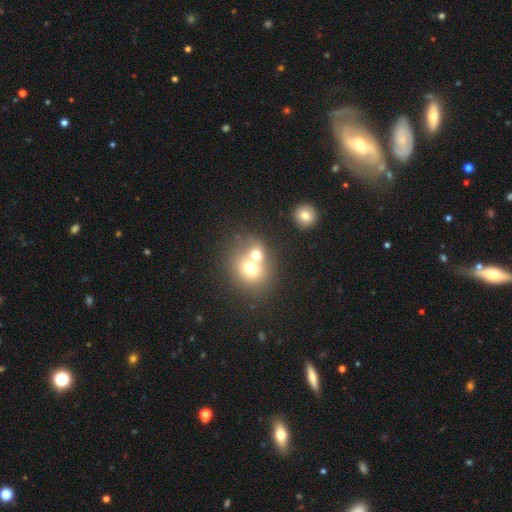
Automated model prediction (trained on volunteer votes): A smooth galaxy with no disk features (66%) that is round (66%).

Vote fractions:
- Smooth or featured? smooth: 66% / featured or disk: 22% / star or artifact: 12%
- How rounded? round: 66% / in between: 33% / cigar-shaped: 1%
- Merging? merger: 66% / none: 25% / minor disturbance: 6% / major disturbance: 3%